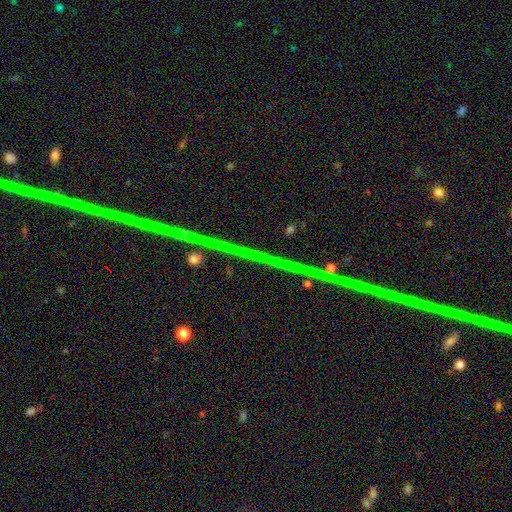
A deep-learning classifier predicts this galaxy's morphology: type=star or artifact (74%).